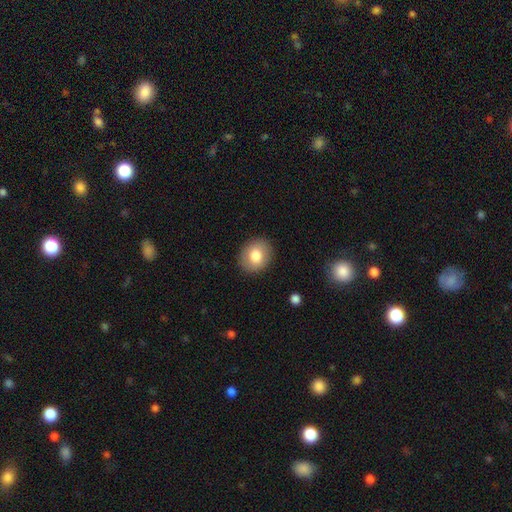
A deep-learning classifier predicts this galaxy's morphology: type=smooth (80%); roundness=round (63%); merging=none (89%).